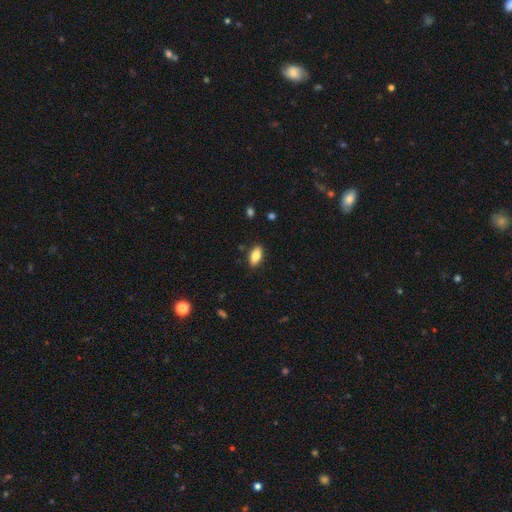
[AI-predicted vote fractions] Smooth or featured? Predicted: smooth (p=0.80). How rounded? Predicted: in between (p=0.88). Merging? Predicted: none (p=0.86).